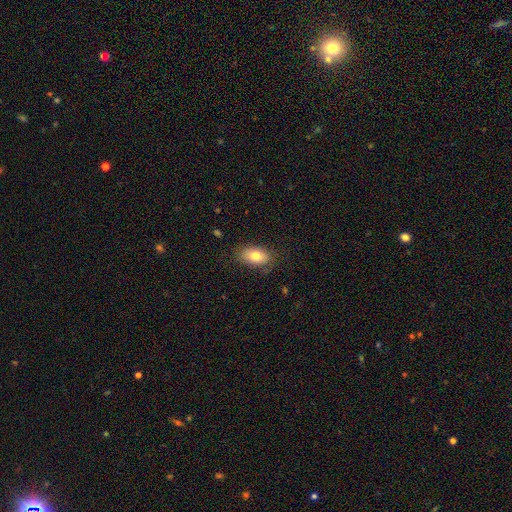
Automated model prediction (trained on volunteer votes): The model was most divided on "smooth or featured": smooth: 76%, featured or disk: 16%, star or artifact: 8%. More confident: how rounded — in between (89%); merging — none (79%).